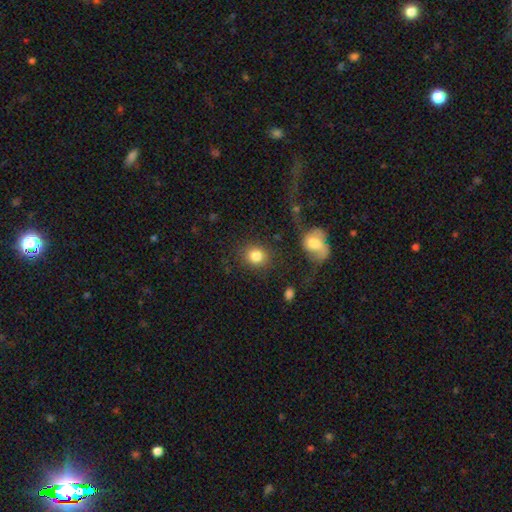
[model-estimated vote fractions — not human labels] Q: Smooth or featured?
A: smooth (84%); runner-up: star or artifact (9%)
Q: How rounded?
A: round (76%); runner-up: in between (22%)
Q: Merging?
A: none (79%); runner-up: minor disturbance (10%)